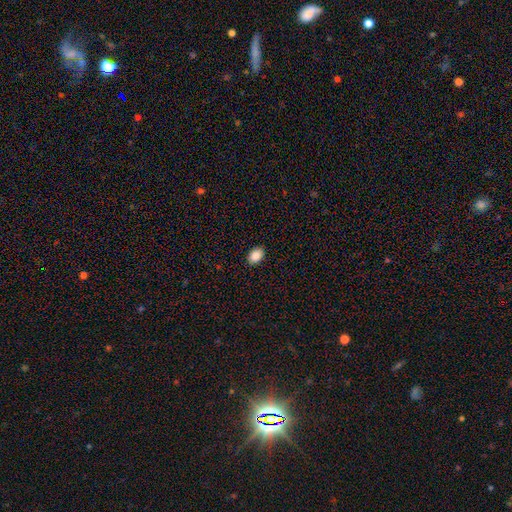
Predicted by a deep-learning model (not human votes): Smooth or featured: smooth — 89% (star or artifact — 8%)
How rounded: in between — 80% (round — 19%)
Merging: none — 90% (minor disturbance — 7%)